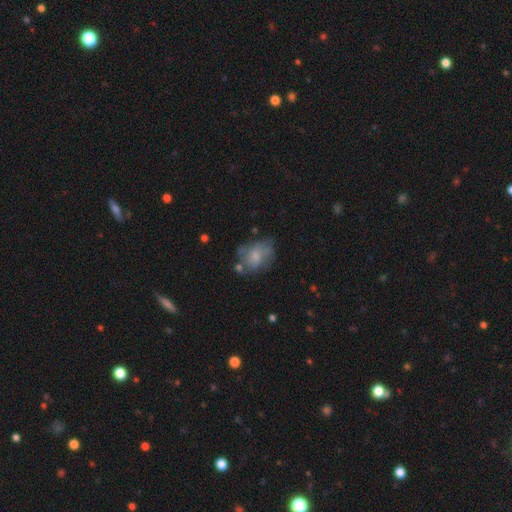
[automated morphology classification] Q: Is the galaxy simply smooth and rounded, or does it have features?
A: smooth — 53%.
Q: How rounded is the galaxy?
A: in between — 67%.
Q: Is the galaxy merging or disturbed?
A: none — 44%.